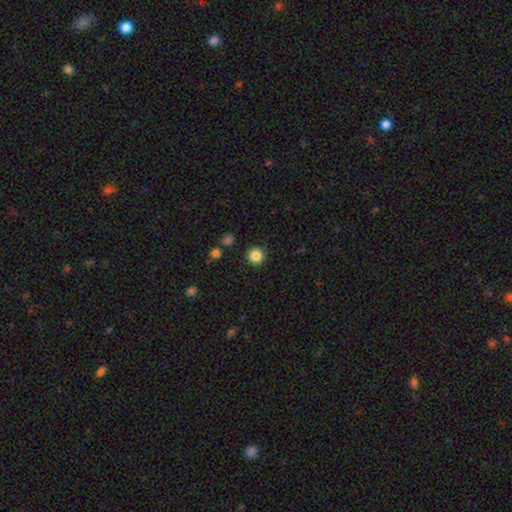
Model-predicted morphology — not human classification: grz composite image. It shows a smooth galaxy with no disk features (85%) that is round (95%). Merging: none (90%).